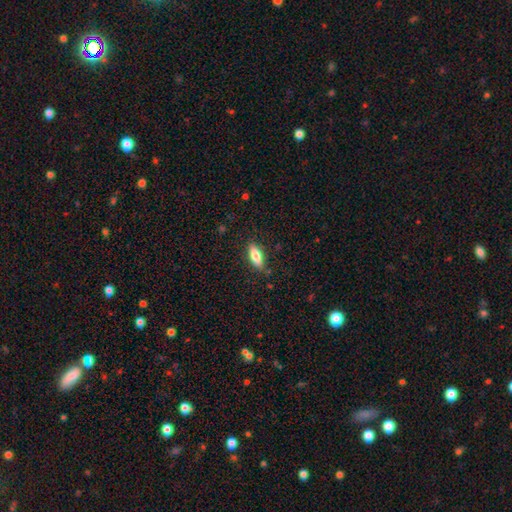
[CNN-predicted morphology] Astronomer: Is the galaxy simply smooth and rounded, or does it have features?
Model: smooth — 76%.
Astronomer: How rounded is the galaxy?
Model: in between — 70%.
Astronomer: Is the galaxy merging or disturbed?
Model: none — 83%.